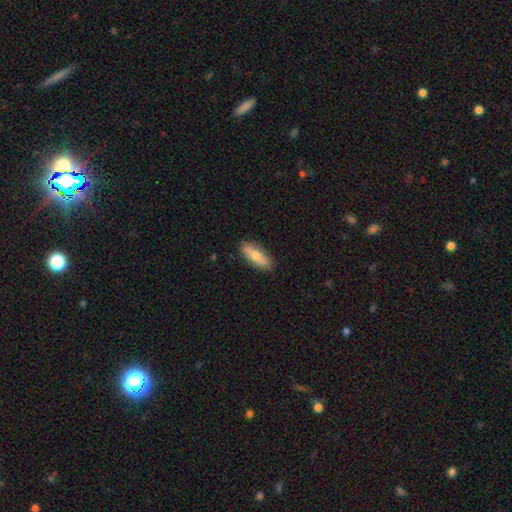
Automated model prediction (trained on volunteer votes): Morphology: type=smooth (72%); roundness=in between (60%); merging=none (86%).